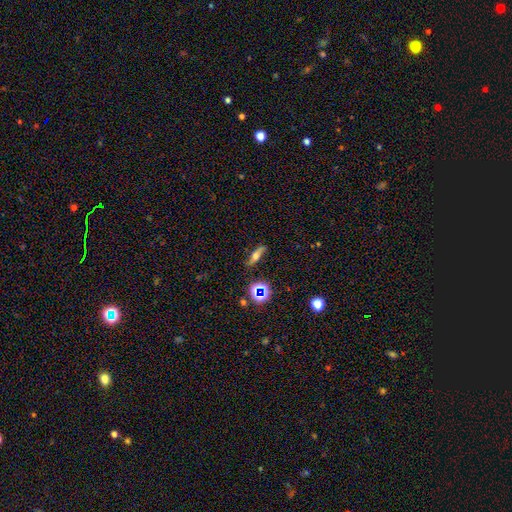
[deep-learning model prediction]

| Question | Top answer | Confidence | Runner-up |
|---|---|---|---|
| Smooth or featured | featured or disk | 44% | smooth (41%) |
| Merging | none | 80% | minor disturbance (14%) |